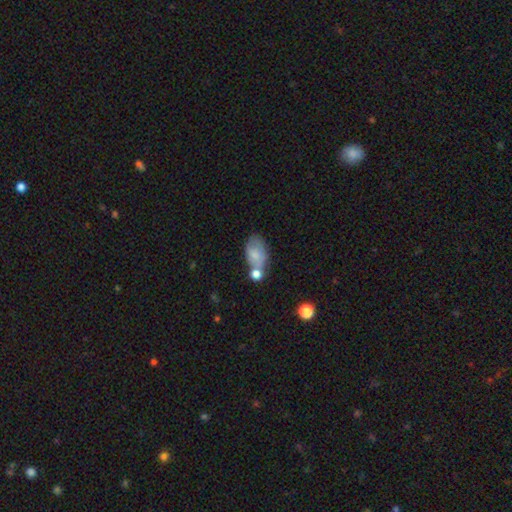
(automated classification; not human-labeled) Smooth or featured? smooth (70%)
How rounded? in between (90%)
Merging? none (37%)